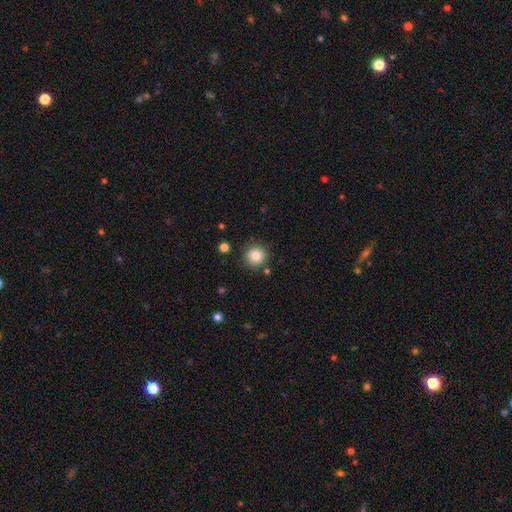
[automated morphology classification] smooth-or-featured: smooth: 84% | star or artifact: 10% | featured or disk: 6%
  how-rounded: round: 95% | in between: 4% | cigar-shaped: 1%
  merging: none: 88% | minor disturbance: 7% | merger: 3% | major disturbance: 2%